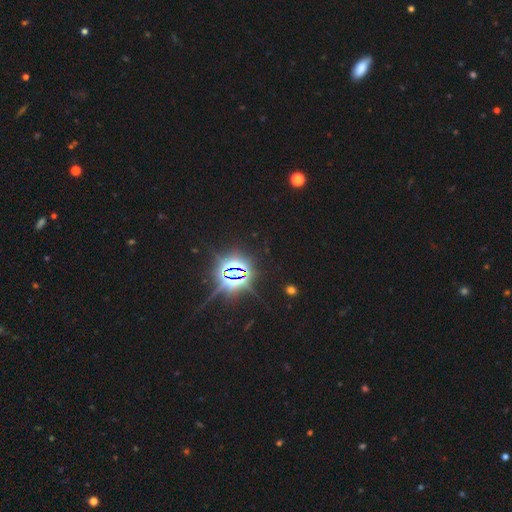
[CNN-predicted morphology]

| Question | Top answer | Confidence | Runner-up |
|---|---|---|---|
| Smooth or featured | star or artifact | 87% | smooth (8%) |